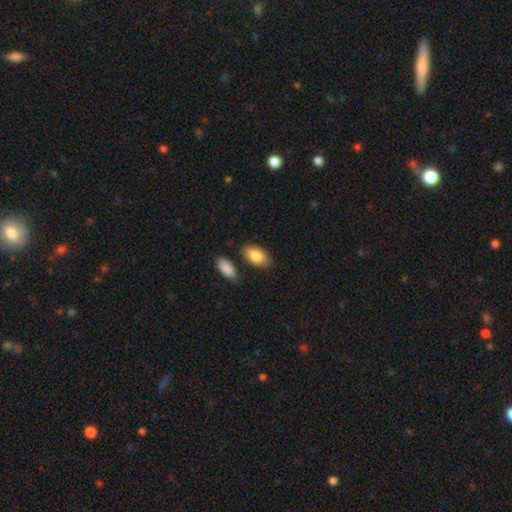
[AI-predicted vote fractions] This is clearly a smooth galaxy (86%). How rounded: clearly in between (94%). Merging: likely none (78%).